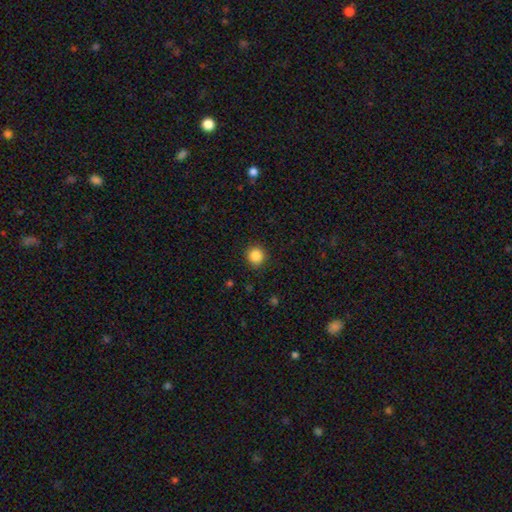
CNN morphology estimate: This appears to be a smooth galaxy with no disk features (86%) that is round (93%). Merging: none (91%).